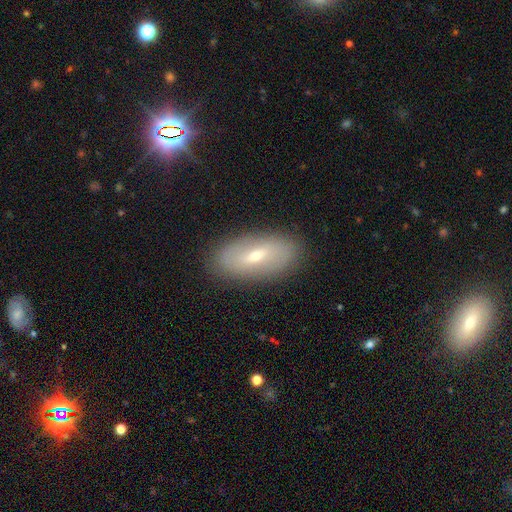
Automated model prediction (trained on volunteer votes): A featured or disk galaxy (48%). Merging: none (87%).